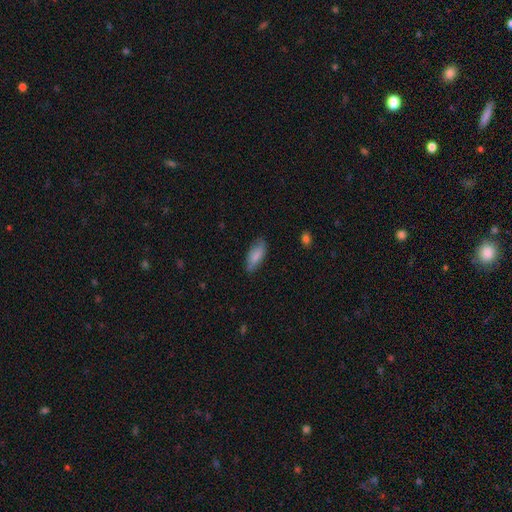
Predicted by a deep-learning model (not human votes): Overall: smooth (81%). How rounded: in between (76%). Merging: none (79%).